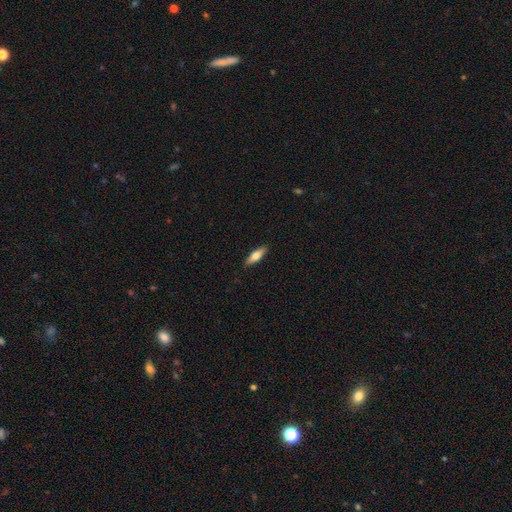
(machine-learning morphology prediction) smooth_or_featured: smooth (p=0.65) [alt: featured or disk p=0.30]
how_rounded: cigar-shaped (p=0.56) [alt: in between p=0.42]
merging: none (p=0.89) [alt: minor disturbance p=0.08]